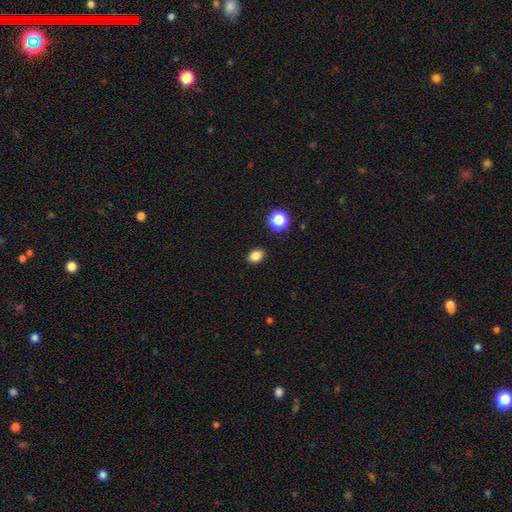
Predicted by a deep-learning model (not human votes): Smooth or featured? Predicted: smooth (p=0.83). How rounded? Predicted: in between (p=0.72). Merging? Predicted: none (p=0.88).